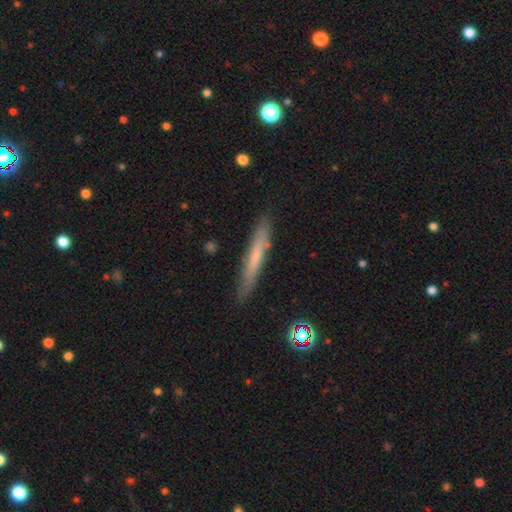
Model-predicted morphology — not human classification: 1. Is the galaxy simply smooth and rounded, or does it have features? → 54% smooth, 37% featured or disk, 8% star or artifact.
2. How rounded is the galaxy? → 95% cigar-shaped, 4% in between, 1% round.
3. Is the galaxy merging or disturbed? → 86% none, 11% minor disturbance, 2% major disturbance, 2% merger.